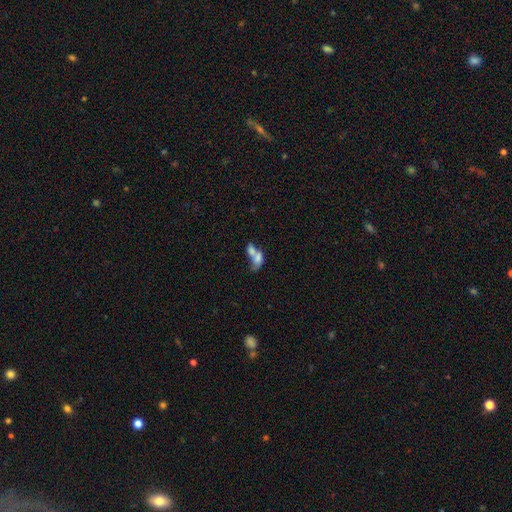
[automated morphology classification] This is likely a smooth galaxy (64%). How rounded: likely in between (79%). Merging: likely merger (73%).